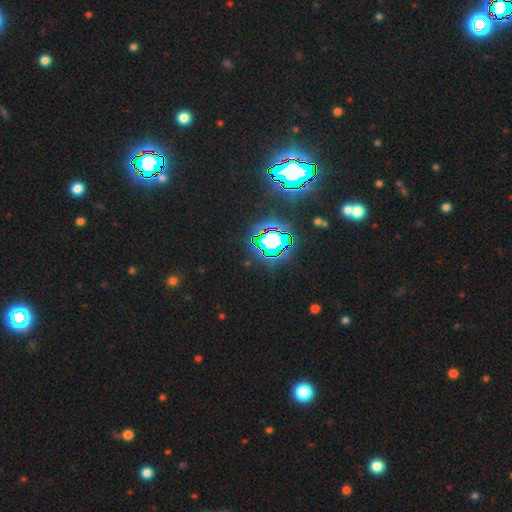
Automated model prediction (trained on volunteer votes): Smooth or featured?
  - star or artifact: 83% *
  - smooth: 10%
  - featured or disk: 7%